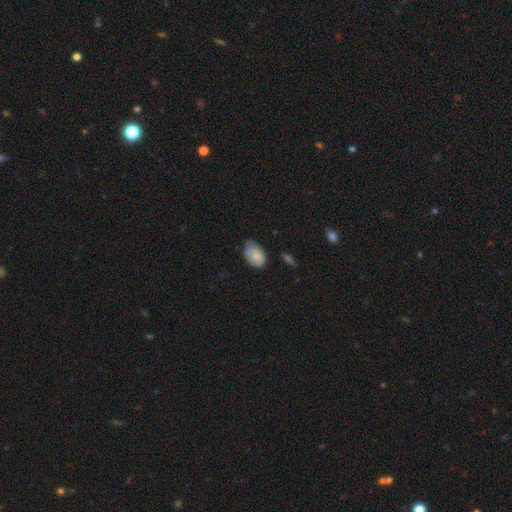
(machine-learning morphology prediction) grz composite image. It shows a smooth galaxy with no disk features (85%) that is in between round and cigar-shaped (88%). Merging: none (50%).